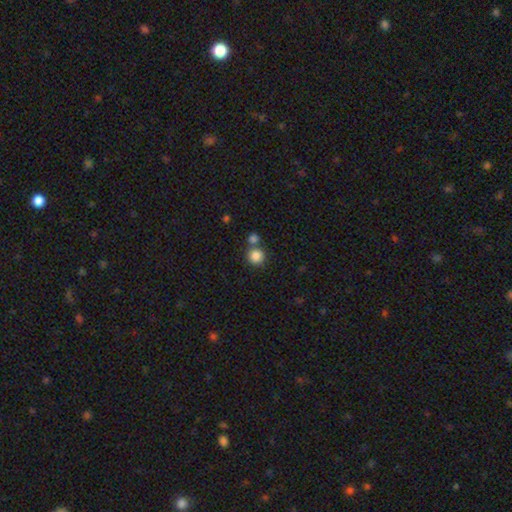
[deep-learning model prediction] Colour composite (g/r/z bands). It shows a smooth galaxy with no disk features (85%) that is round (93%). Merging: none (64%).